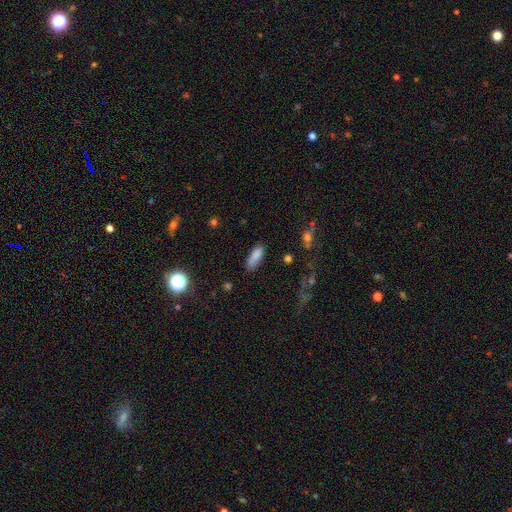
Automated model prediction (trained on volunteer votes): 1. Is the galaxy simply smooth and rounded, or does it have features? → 83% smooth, 9% star or artifact, 8% featured or disk.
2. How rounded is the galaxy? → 65% in between, 33% cigar-shaped, 2% round.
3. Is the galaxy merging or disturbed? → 73% none, 20% minor disturbance, 4% major disturbance, 2% merger.